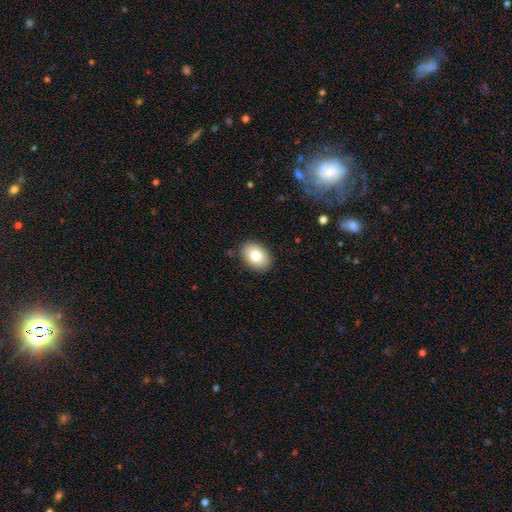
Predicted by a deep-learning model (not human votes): smooth 80%, featured or disk 12%, star or artifact 8%. Down the decision tree: how rounded — in between (75%); merging — none (87%).